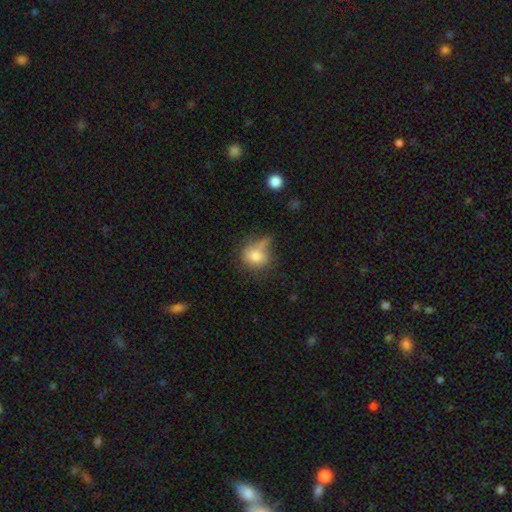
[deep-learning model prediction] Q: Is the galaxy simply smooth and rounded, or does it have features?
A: smooth — 75%.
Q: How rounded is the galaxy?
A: round — 64%.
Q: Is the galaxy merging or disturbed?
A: none — 38%.